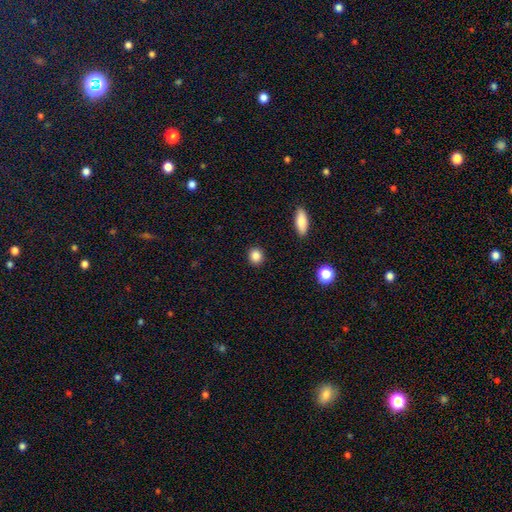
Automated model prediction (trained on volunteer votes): Smooth or featured? smooth (86%)
How rounded? round (81%)
Merging? none (91%)